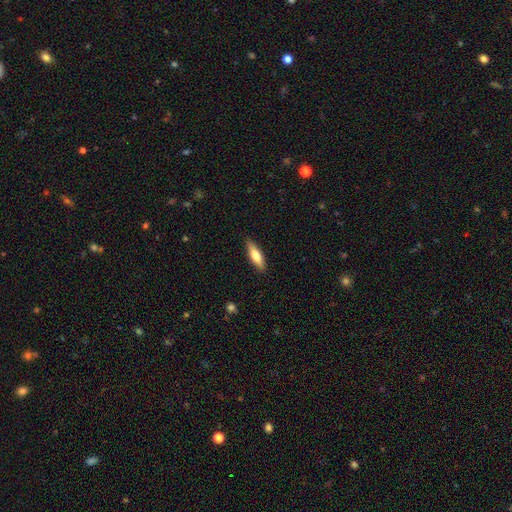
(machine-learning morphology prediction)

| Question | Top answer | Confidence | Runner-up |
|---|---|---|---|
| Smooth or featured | smooth | 64% | featured or disk (30%) |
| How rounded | cigar-shaped | 56% | in between (42%) |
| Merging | none | 88% | minor disturbance (9%) |